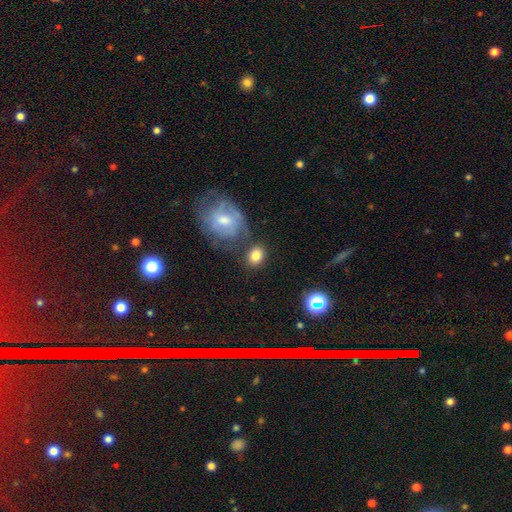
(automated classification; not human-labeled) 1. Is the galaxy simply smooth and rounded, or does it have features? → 81% smooth, 10% featured or disk, 8% star or artifact.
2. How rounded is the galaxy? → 55% in between, 44% round, 1% cigar-shaped.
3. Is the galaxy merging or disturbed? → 70% none, 15% minor disturbance, 11% merger, 5% major disturbance.